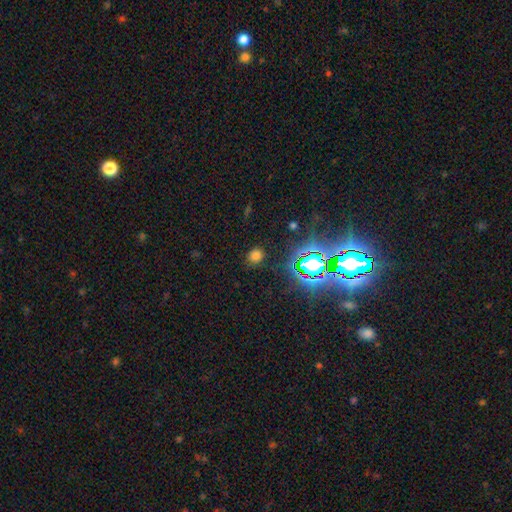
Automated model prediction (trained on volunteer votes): Smooth or featured? Predicted: smooth (p=0.67). How rounded? Predicted: round (p=0.77). Merging? Predicted: none (p=0.85).